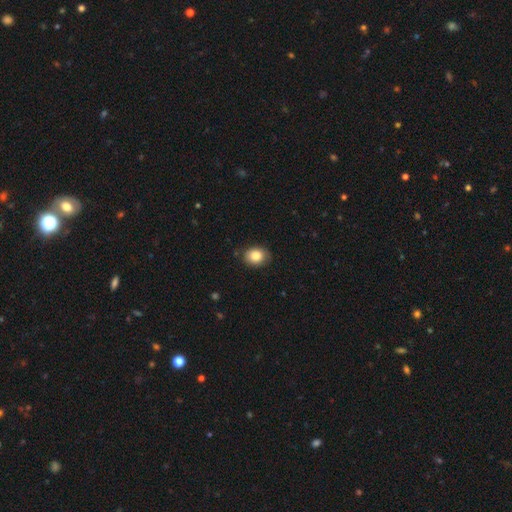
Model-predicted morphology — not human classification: Smooth or featured?
  - smooth: 84% *
  - star or artifact: 9%
  - featured or disk: 7%
How rounded?
  - round: 51% *
  - in between: 48%
  - cigar-shaped: 1%
Merging?
  - none: 84% *
  - minor disturbance: 12%
  - major disturbance: 2%
  - merger: 1%